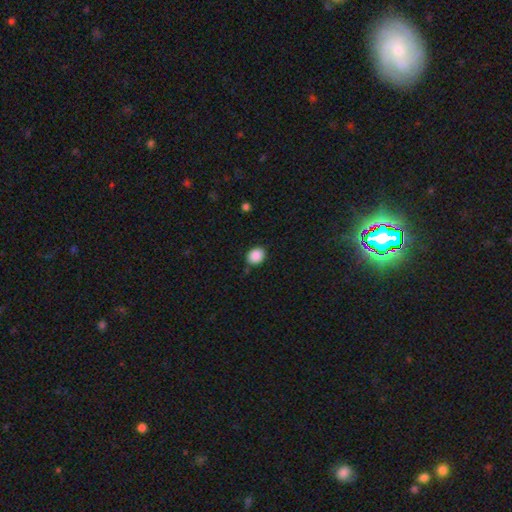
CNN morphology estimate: The model was most divided on "how rounded": round: 62%, in between: 37%, cigar-shaped: 1%. More confident: smooth or featured — smooth (89%); merging — none (84%).